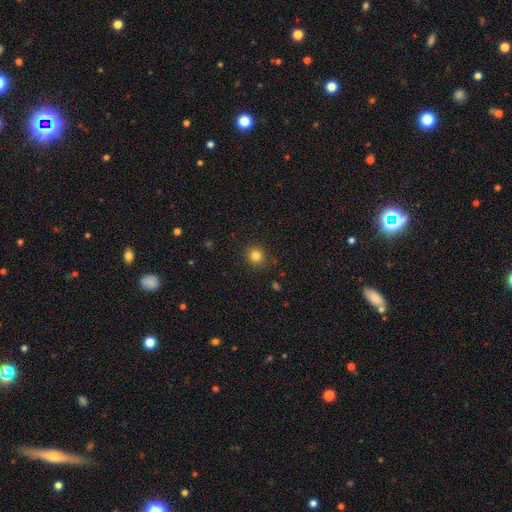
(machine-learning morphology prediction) A smooth galaxy with no disk features (82%) that is round (87%).

Vote fractions:
- Smooth or featured? smooth: 82% / star or artifact: 13% / featured or disk: 6%
- How rounded? round: 87% / in between: 12% / cigar-shaped: 1%
- Merging? none: 89% / minor disturbance: 8% / major disturbance: 2% / merger: 1%